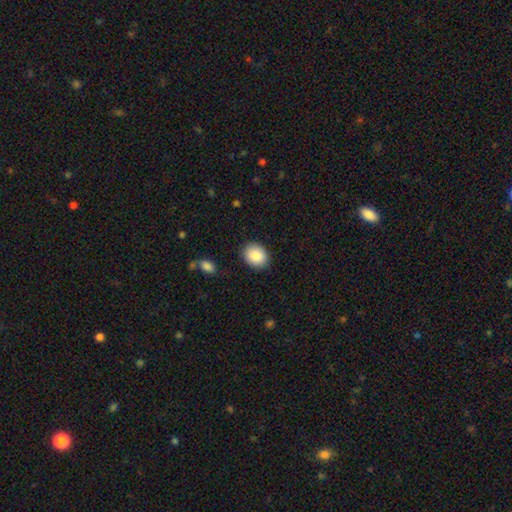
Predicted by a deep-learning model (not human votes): Smooth or featured? Predicted: smooth (p=0.89). How rounded? Predicted: in between (p=0.53). Merging? Predicted: none (p=0.88).